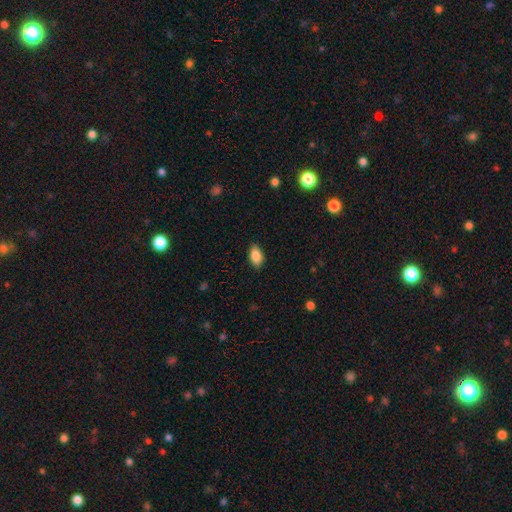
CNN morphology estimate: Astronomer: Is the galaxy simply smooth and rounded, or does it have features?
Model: smooth — 88%.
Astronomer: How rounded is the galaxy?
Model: in between — 92%.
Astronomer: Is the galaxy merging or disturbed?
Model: none — 87%.